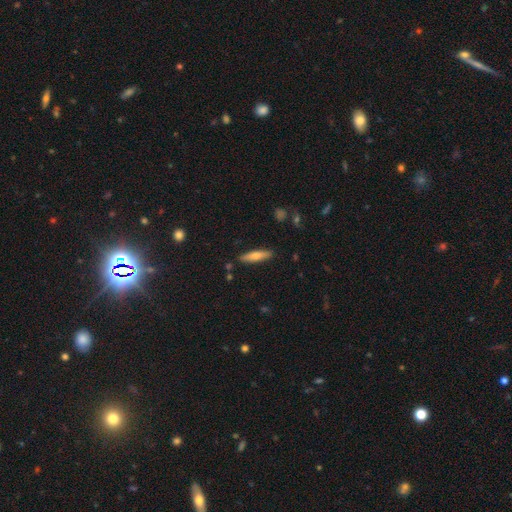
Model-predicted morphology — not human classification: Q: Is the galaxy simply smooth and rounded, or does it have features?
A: smooth — 65%.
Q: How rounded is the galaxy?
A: cigar-shaped — 75%.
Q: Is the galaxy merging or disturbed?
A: none — 88%.